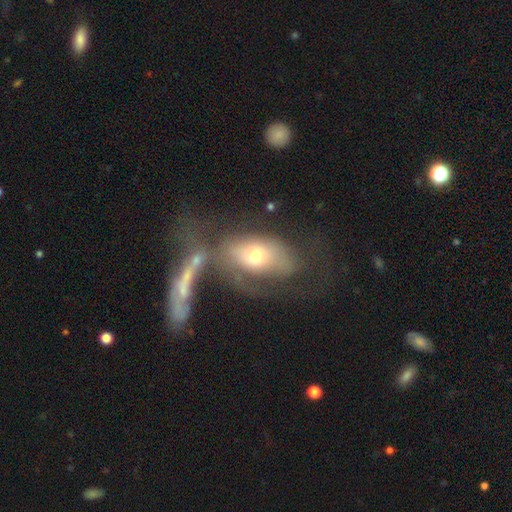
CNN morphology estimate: smooth 48%, featured or disk 43%, star or artifact 9%. Down the decision tree: merging — merger (37%).